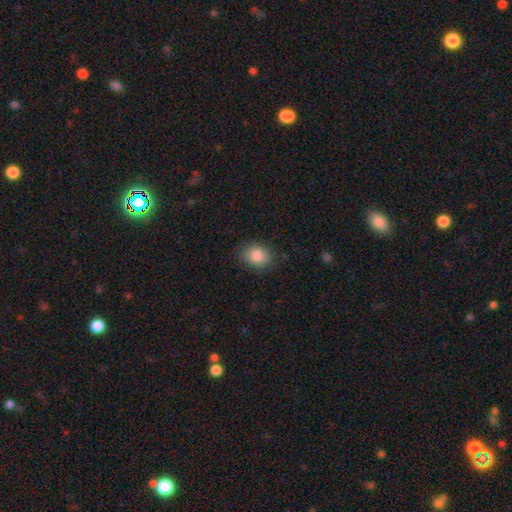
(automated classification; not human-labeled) Morphology: type=smooth (87%); roundness=in between (56%); merging=none (82%).